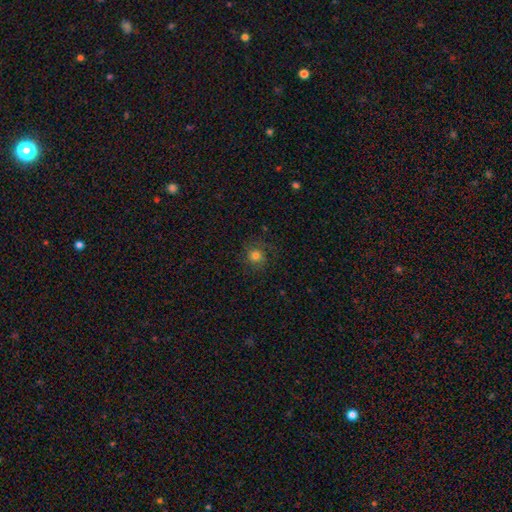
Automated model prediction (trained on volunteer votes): Smooth or featured? Predicted: smooth (p=0.63). How rounded? Predicted: round (p=0.87). Merging? Predicted: none (p=0.74).